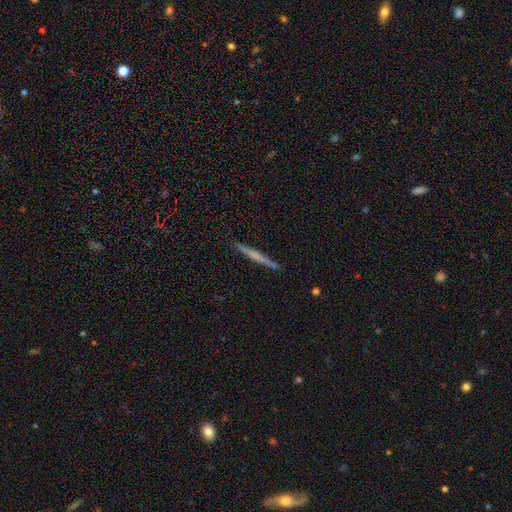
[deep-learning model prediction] Smooth or featured? featured or disk (56%)
Edge-on disk? yes (98%)
Edge-on bulge? none (58%)
Merging? none (91%)